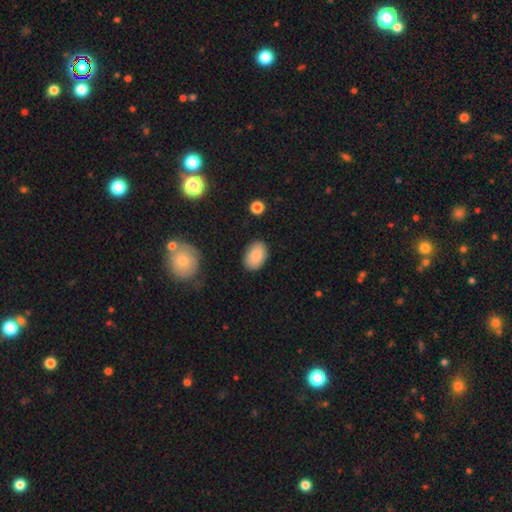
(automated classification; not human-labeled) A smooth galaxy with no disk features (84%) that is in between round and cigar-shaped (88%). Merging: none (84%).